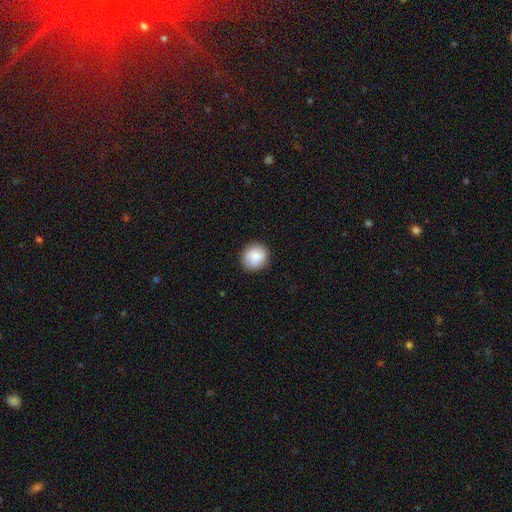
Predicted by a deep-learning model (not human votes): smooth_or_featured: smooth (p=0.79) [alt: featured or disk p=0.14]
how_rounded: round (p=0.87) [alt: in between p=0.12]
merging: none (p=0.85) [alt: minor disturbance p=0.11]